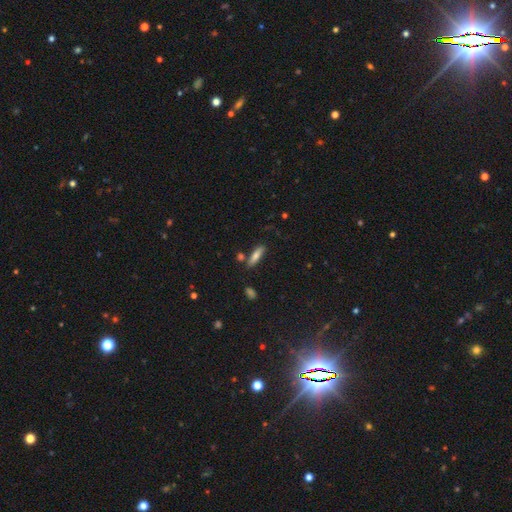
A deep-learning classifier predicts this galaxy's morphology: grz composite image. It shows a smooth galaxy with no disk features (73%) that is cigar-shaped (64%). Merging: none (77%).